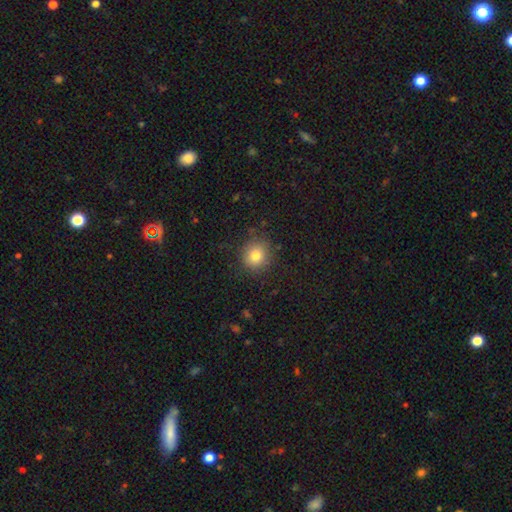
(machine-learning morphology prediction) smooth 80%, star or artifact 12%, featured or disk 8%. Down the decision tree: how rounded — round (88%); merging — none (86%).